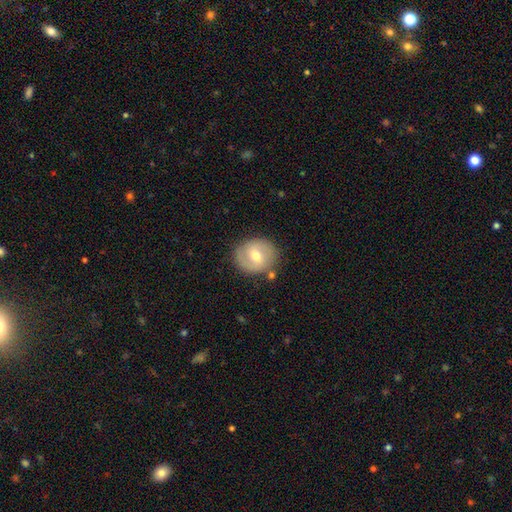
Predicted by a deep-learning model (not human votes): Morphology: type=smooth (47%); merging=none (78%).